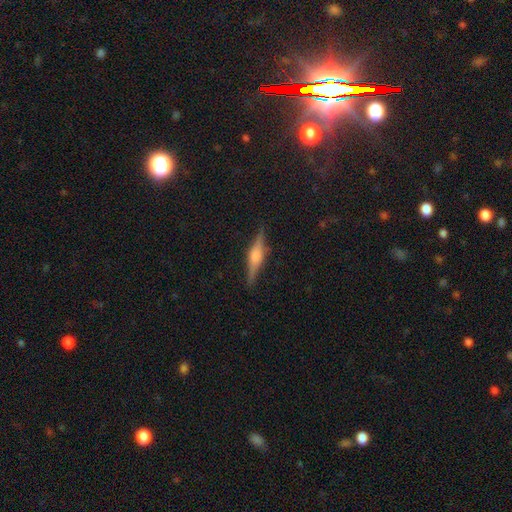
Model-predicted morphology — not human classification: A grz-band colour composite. It shows a featured or disk galaxy (66%) viewed edge-on (97%) with a rounded central bulge (72%). Merging: none (87%).